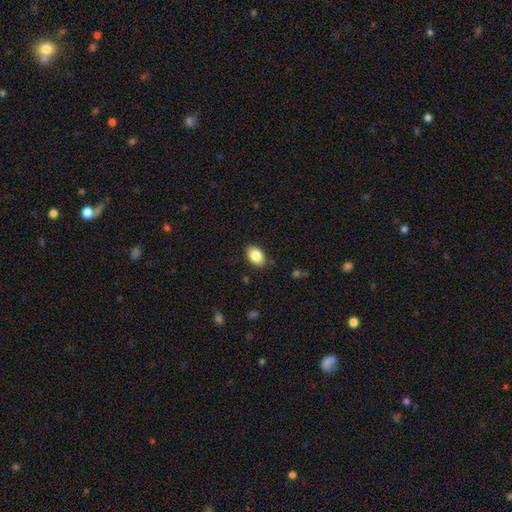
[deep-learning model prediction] Smooth or featured? smooth (85%)
How rounded? in between (87%)
Merging? none (87%)